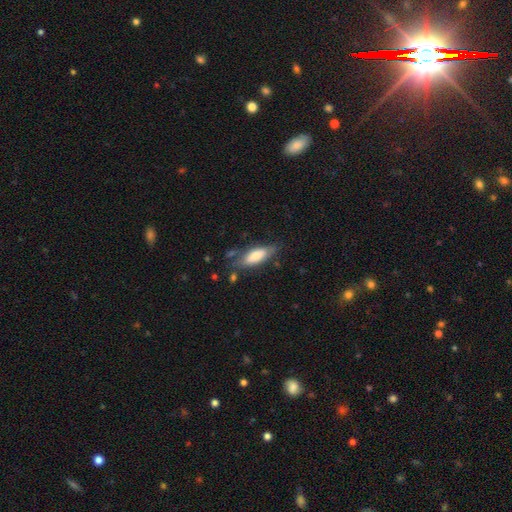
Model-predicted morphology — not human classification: smooth-or-featured: smooth: 69% | featured or disk: 25% | star or artifact: 6%
  how-rounded: in between: 60% | cigar-shaped: 39% | round: 2%
  merging: none: 64% | minor disturbance: 23% | major disturbance: 7% | merger: 5%